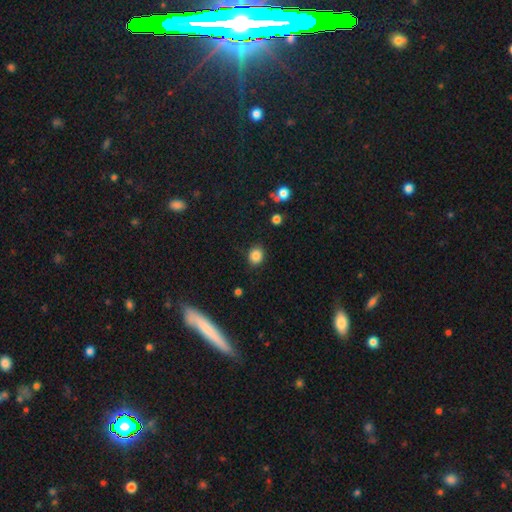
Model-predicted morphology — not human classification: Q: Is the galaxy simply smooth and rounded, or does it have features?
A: smooth — 85%.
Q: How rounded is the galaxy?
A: round — 65%.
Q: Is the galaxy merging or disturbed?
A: none — 85%.